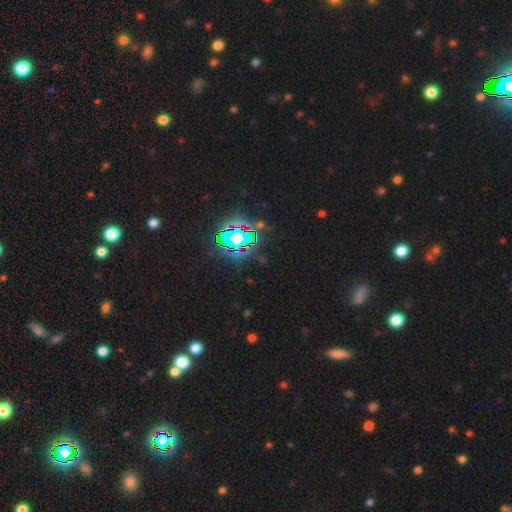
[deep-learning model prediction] star or artifact 83%, smooth 10%, featured or disk 7%.